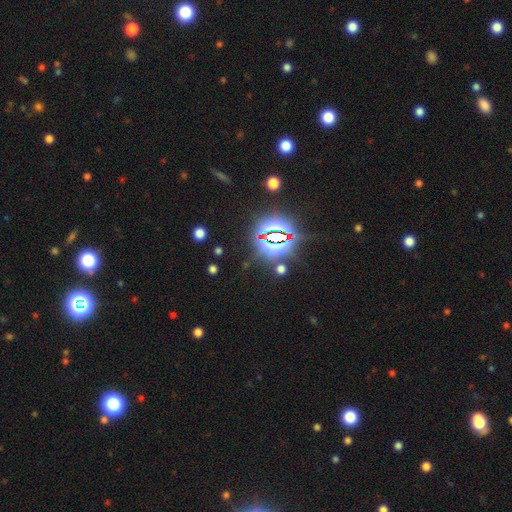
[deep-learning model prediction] The model was most divided on "smooth or featured": star or artifact: 85%, smooth: 9%, featured or disk: 6%.